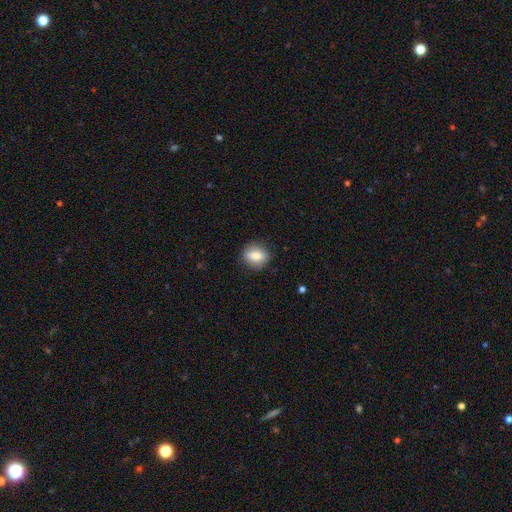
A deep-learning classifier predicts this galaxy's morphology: A smooth galaxy with no disk features (74%) that is round (59%). Merging: none (85%).